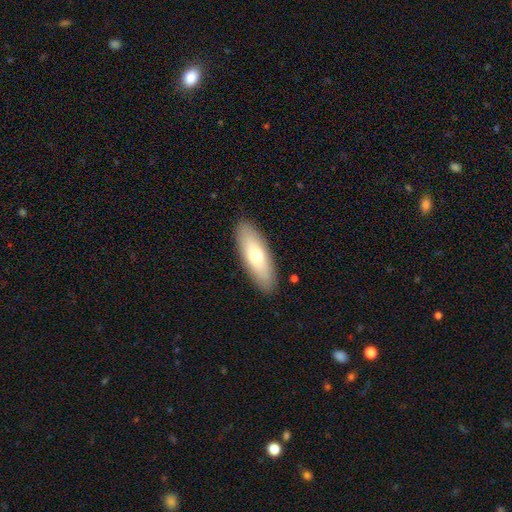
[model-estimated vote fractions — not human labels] Smooth or featured? Predicted: smooth (p=0.66). How rounded? Predicted: in between (p=0.65). Merging? Predicted: none (p=0.89).